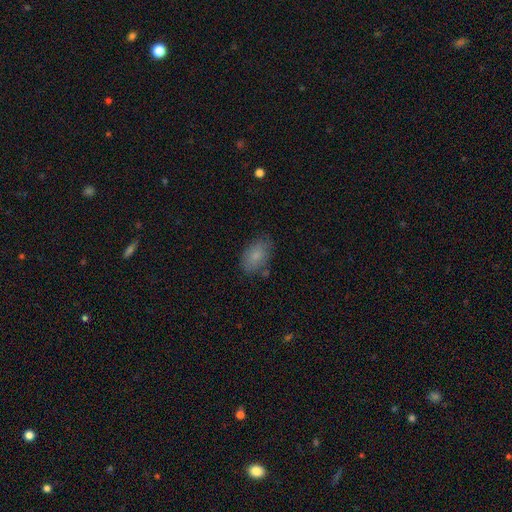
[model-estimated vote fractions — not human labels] A smooth galaxy with no disk features (81%) that is in between round and cigar-shaped (90%). Merging: none (75%).